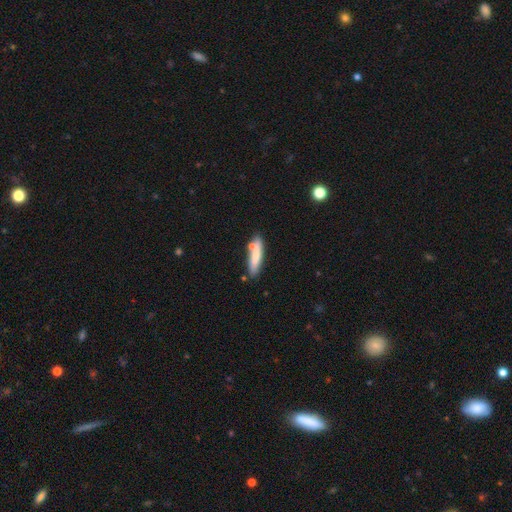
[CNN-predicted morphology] The model was most divided on "smooth or featured": smooth: 71%, featured or disk: 23%, star or artifact: 6%. More confident: how rounded — cigar-shaped (78%); merging — none (70%).